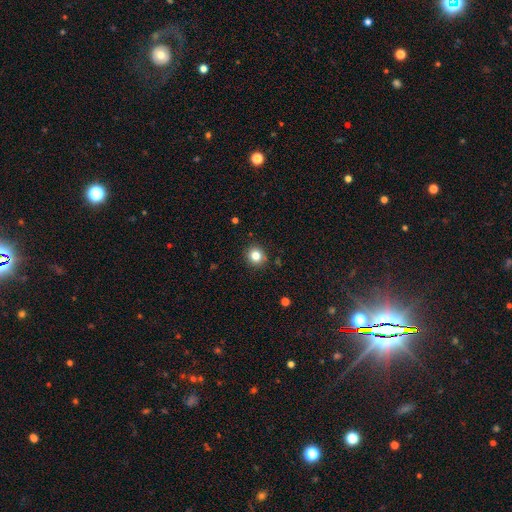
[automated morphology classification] This appears to be a smooth galaxy with no disk features (82%) that is round (90%). Merging: none (91%).